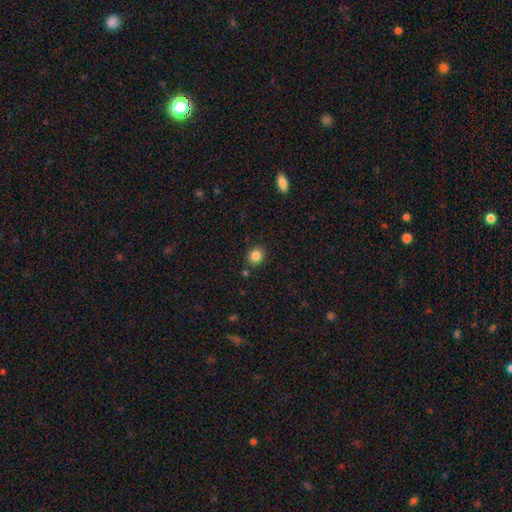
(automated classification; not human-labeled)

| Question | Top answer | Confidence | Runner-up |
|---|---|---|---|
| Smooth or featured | smooth | 85% | star or artifact (10%) |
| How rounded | round | 72% | in between (27%) |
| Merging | none | 84% | minor disturbance (9%) |